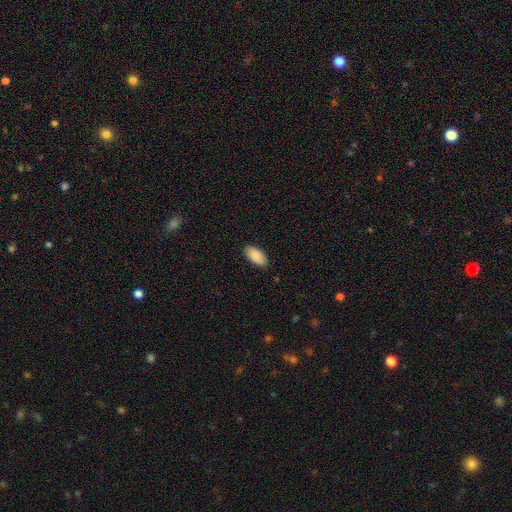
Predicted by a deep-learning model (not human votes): The model was most divided on "merging": none: 88%, minor disturbance: 9%, major disturbance: 2%, merger: 1%. More confident: how rounded — in between (94%); smooth or featured — smooth (87%).